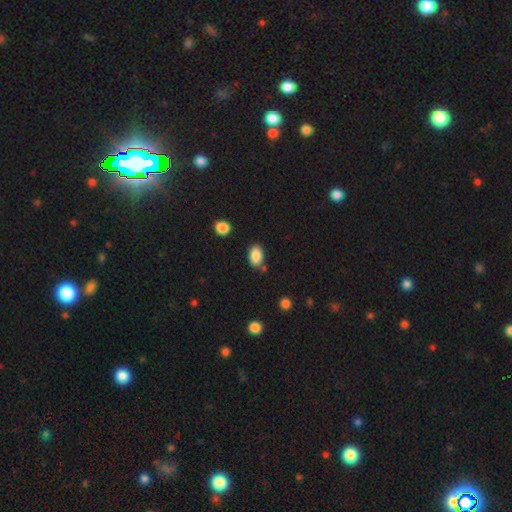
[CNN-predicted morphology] Smooth or featured: smooth — 87% (star or artifact — 8%)
How rounded: in between — 89% (round — 10%)
Merging: none — 75% (minor disturbance — 15%)